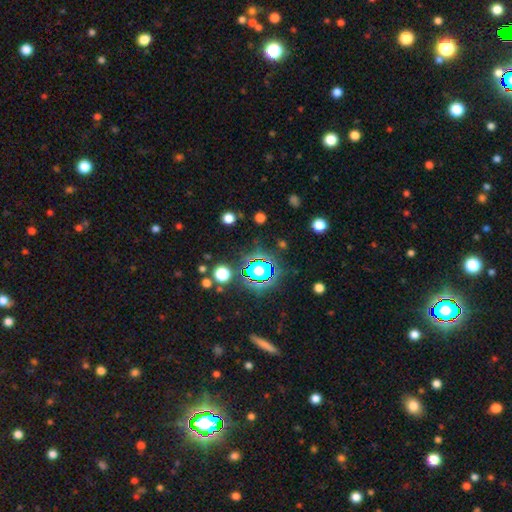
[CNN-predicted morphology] Overall: star or artifact (77%).